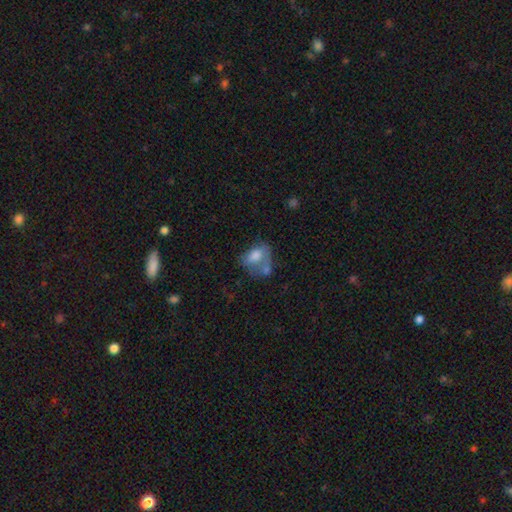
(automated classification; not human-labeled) Morphology: type=smooth (66%); roundness=in between (77%); merging=merger (37%).